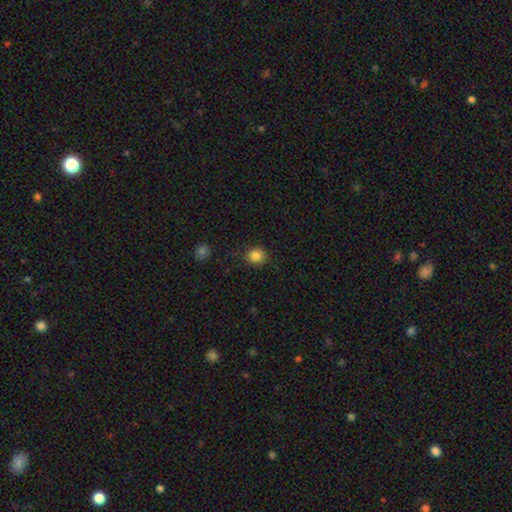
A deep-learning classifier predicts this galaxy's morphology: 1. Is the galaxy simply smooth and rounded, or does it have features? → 85% smooth, 10% star or artifact, 4% featured or disk.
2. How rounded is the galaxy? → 87% round, 12% in between, 1% cigar-shaped.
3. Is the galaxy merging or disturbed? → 89% none, 8% minor disturbance, 2% major disturbance, 1% merger.